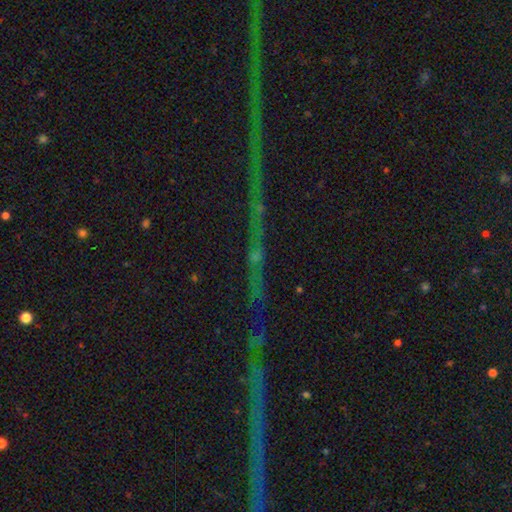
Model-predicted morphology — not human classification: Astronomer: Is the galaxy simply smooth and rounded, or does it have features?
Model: star or artifact — 74%.